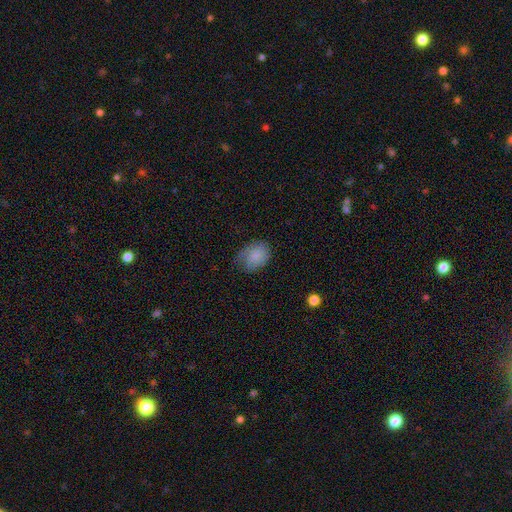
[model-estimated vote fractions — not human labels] A smooth galaxy with no disk features (80%) that is in between round and cigar-shaped (69%). Merging: none (55%).